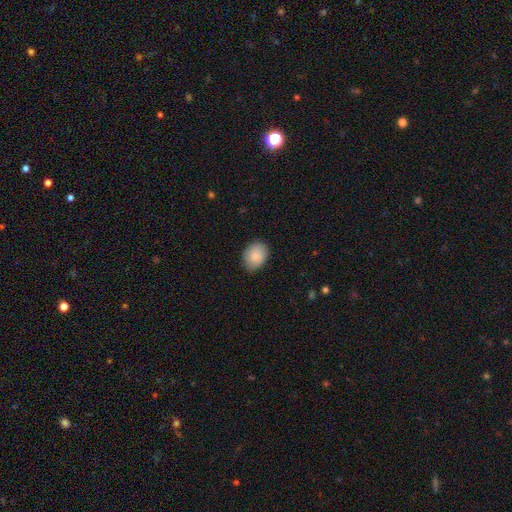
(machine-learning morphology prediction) The model was most divided on "how rounded": in between: 60%, round: 39%, cigar-shaped: 1%. More confident: smooth or featured — smooth (84%); merging — none (83%).